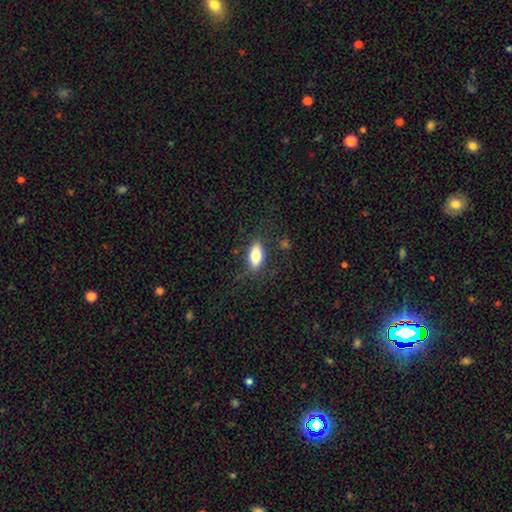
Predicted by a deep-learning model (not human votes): Smooth or featured? smooth (78%)
How rounded? in between (84%)
Merging? none (80%)